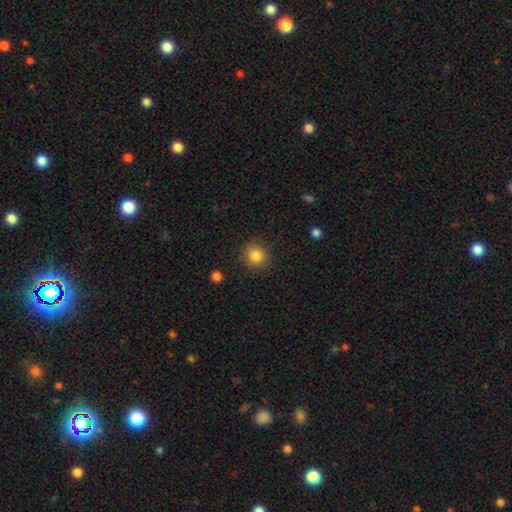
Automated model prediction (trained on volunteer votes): This is clearly a smooth galaxy (85%). How rounded: clearly round (88%). Merging: clearly none (83%).